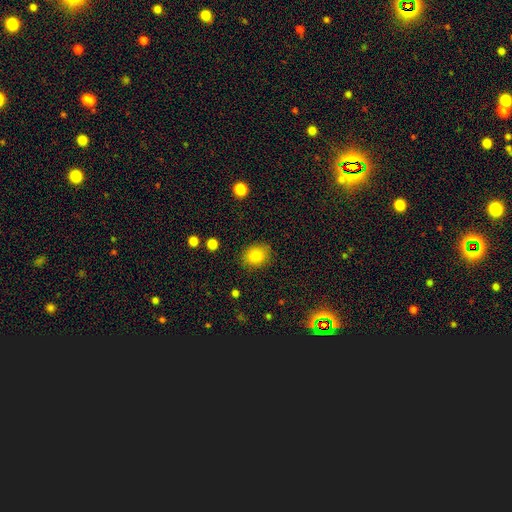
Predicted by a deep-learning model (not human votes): The model was most divided on "how rounded": round: 60%, in between: 39%, cigar-shaped: 1%. More confident: merging — none (85%); smooth or featured — smooth (84%).